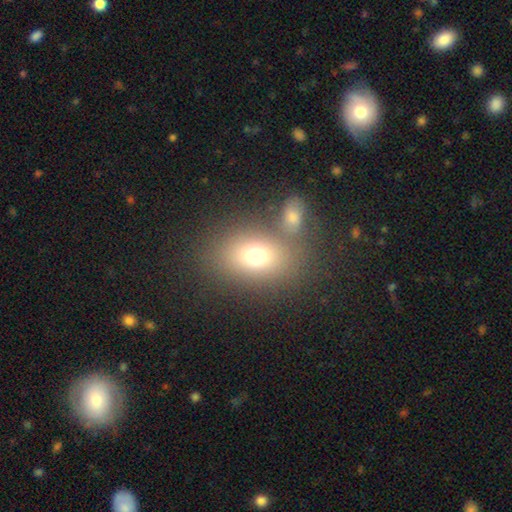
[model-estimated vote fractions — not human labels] Q: Smooth or featured?
A: smooth (72%); runner-up: featured or disk (15%)
Q: How rounded?
A: in between (69%); runner-up: round (29%)
Q: Merging?
A: none (61%); runner-up: merger (22%)